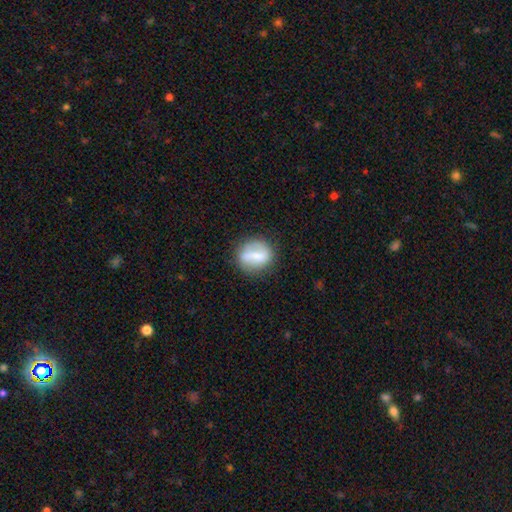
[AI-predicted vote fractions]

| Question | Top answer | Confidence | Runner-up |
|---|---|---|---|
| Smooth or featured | smooth | 55% | featured or disk (37%) |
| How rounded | round | 71% | in between (26%) |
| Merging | none | 71% | minor disturbance (18%) |